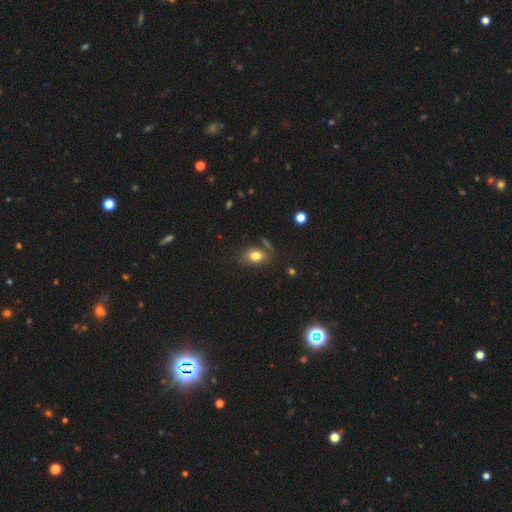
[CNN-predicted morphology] A smooth galaxy with no disk features (78%) that is in between round and cigar-shaped (69%). Merging: none (70%).